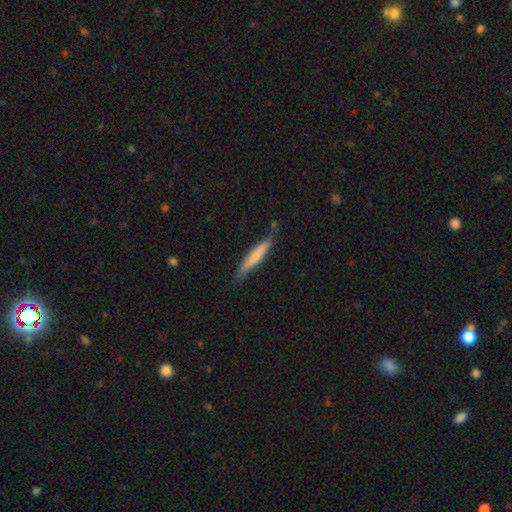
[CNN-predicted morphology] Smooth or featured?
  - smooth: 69% *
  - featured or disk: 26%
  - star or artifact: 5%
How rounded?
  - cigar-shaped: 94% *
  - in between: 5%
  - round: 1%
Merging?
  - none: 74% *
  - minor disturbance: 20%
  - major disturbance: 3%
  - merger: 2%